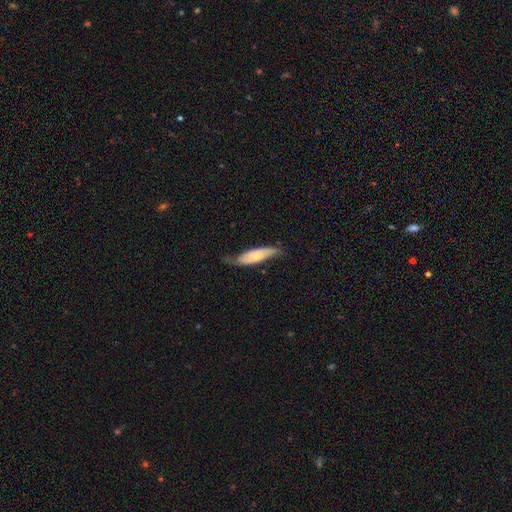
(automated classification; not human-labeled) Q: Smooth or featured?
A: smooth (56%); runner-up: featured or disk (38%)
Q: How rounded?
A: cigar-shaped (57%); runner-up: in between (42%)
Q: Merging?
A: none (60%); runner-up: minor disturbance (31%)